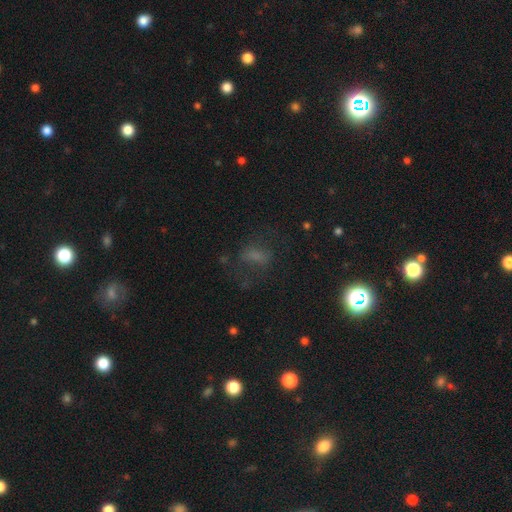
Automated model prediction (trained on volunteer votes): smooth_or_featured: smooth (p=0.53) [alt: star or artifact p=0.27]
how_rounded: in between (p=0.69) [alt: round p=0.18]
merging: none (p=0.57) [alt: major disturbance p=0.21]